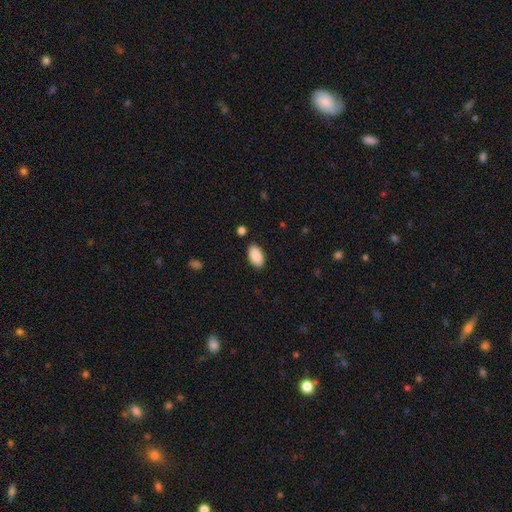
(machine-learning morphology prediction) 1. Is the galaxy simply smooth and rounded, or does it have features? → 90% smooth, 6% star or artifact, 4% featured or disk.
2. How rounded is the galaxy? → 95% in between, 3% cigar-shaped, 3% round.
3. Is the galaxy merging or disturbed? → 88% none, 8% minor disturbance, 2% major disturbance, 2% merger.